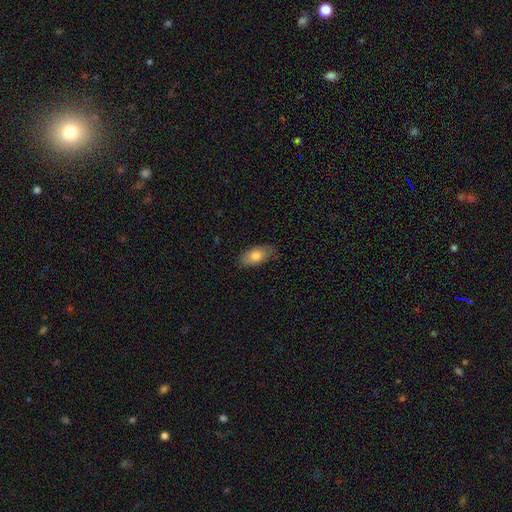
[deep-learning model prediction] Morphology: type=smooth (77%); roundness=in between (90%); merging=none (79%).